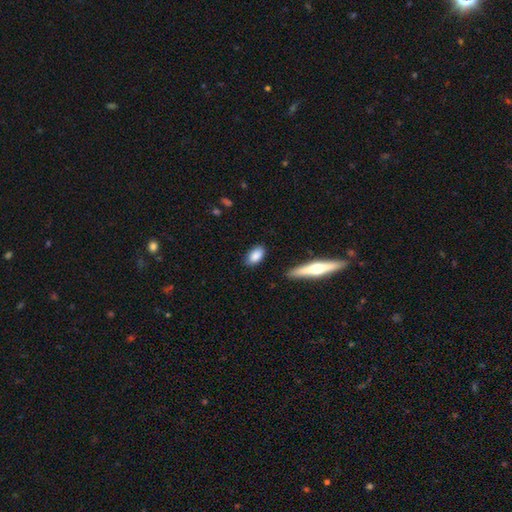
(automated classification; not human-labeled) Smooth or featured: smooth — 86% (featured or disk — 7%)
How rounded: in between — 89% (round — 6%)
Merging: none — 82% (minor disturbance — 13%)